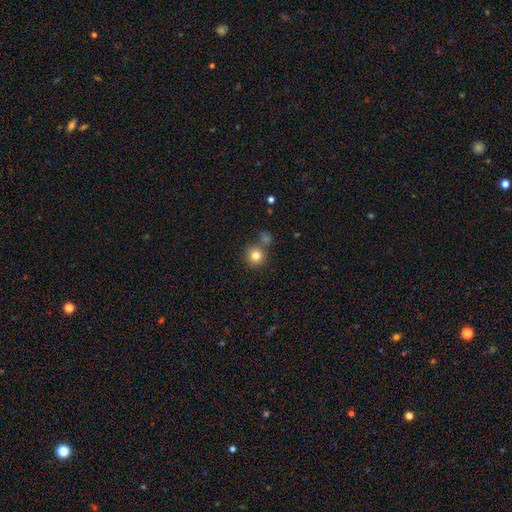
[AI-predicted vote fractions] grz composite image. It shows a smooth galaxy with no disk features (81%) that is round (93%). Merging: none (73%).